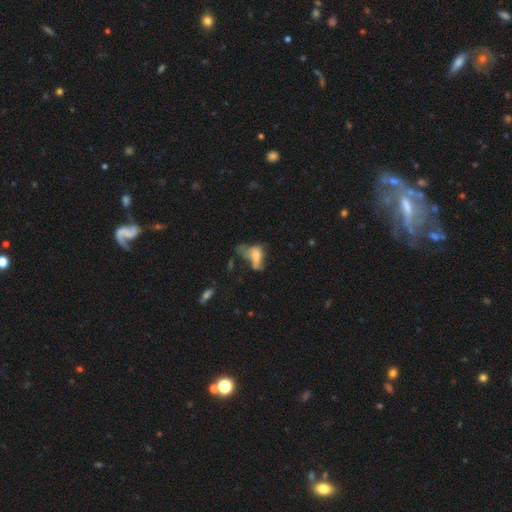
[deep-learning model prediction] Q: Smooth or featured?
A: smooth (55%); runner-up: featured or disk (32%)
Q: How rounded?
A: in between (81%); runner-up: cigar-shaped (10%)
Q: Merging?
A: major disturbance (47%); runner-up: minor disturbance (19%)